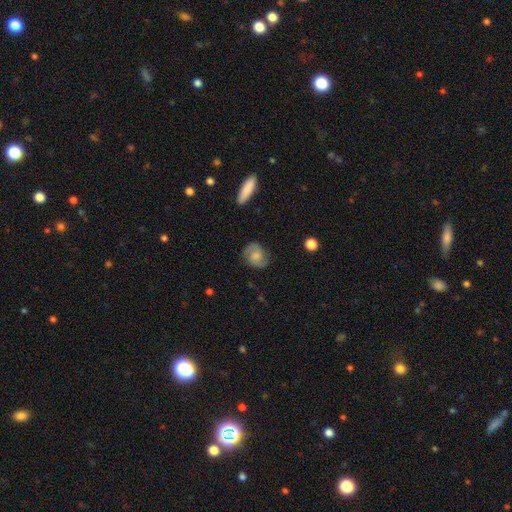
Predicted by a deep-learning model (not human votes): This appears to be a featured or disk galaxy (65%) with no bar (67%), 2 (89%) medium (49%) spiral arms (94%) and a moderate central bulge (44%). Merging: none (80%).